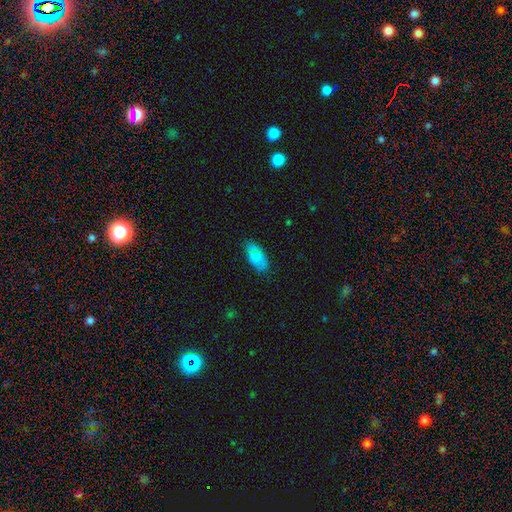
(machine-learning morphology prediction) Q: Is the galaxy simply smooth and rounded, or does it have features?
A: smooth — 82%.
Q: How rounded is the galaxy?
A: in between — 89%.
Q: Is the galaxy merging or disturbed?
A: none — 76%.